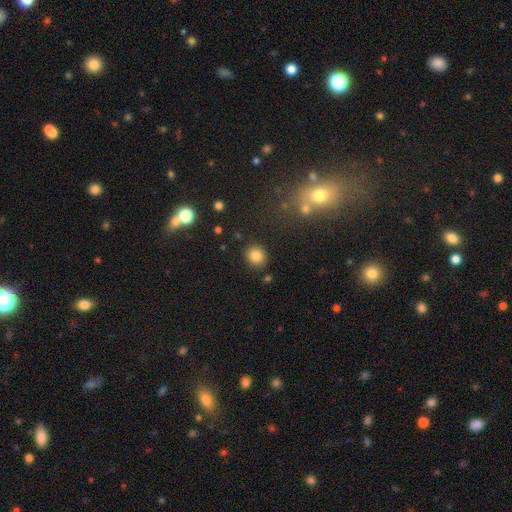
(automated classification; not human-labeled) smooth 83%, star or artifact 11%, featured or disk 6%. Down the decision tree: how rounded — round (81%); merging — none (87%).